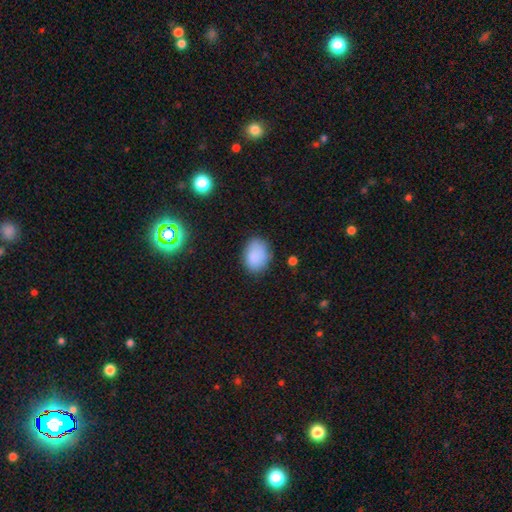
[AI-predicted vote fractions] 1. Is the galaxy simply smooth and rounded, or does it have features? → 86% smooth, 9% star or artifact, 5% featured or disk.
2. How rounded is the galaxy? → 71% in between, 28% round, 1% cigar-shaped.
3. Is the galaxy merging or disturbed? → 76% none, 17% minor disturbance, 4% major disturbance, 2% merger.